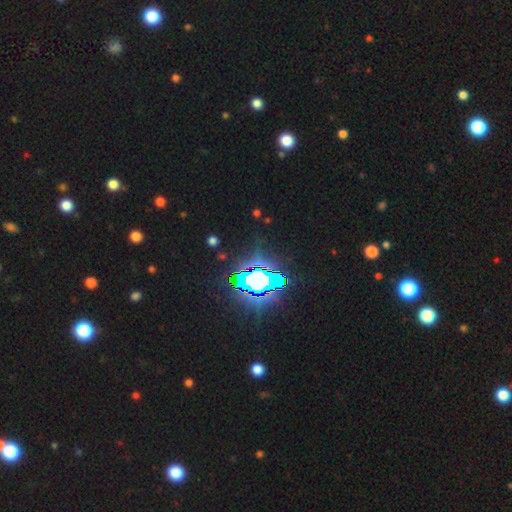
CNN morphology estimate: Smooth or featured: star or artifact — 83% (smooth — 9%)